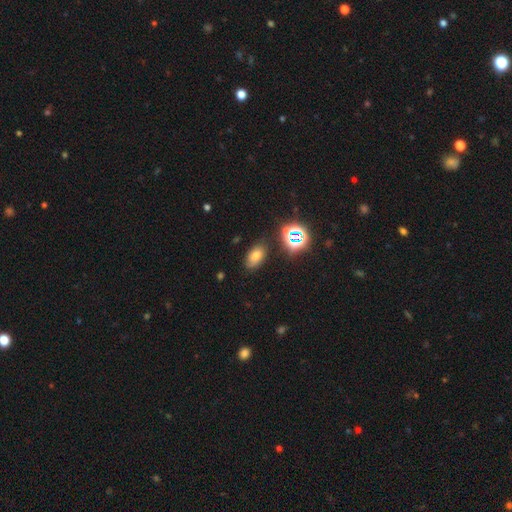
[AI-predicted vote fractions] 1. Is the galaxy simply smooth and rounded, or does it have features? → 64% smooth, 24% star or artifact, 11% featured or disk.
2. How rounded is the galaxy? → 89% in between, 9% round, 2% cigar-shaped.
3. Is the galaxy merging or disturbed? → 81% none, 13% minor disturbance, 4% major disturbance, 3% merger.